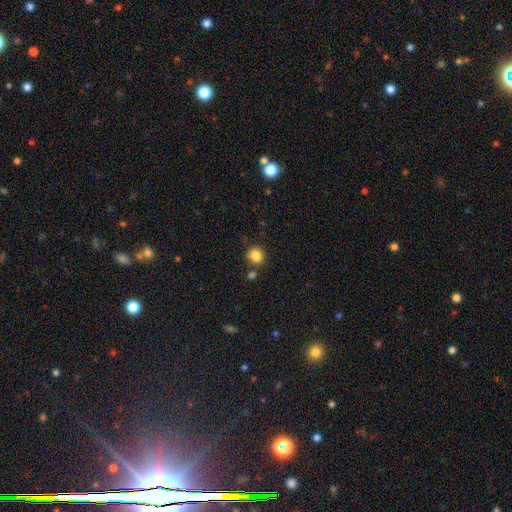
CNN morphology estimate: A smooth galaxy with no disk features (85%) that is round (83%).

Vote fractions:
- Smooth or featured? smooth: 85% / star or artifact: 10% / featured or disk: 5%
- How rounded? round: 83% / in between: 16% / cigar-shaped: 1%
- Merging? none: 78% / minor disturbance: 10% / merger: 9% / major disturbance: 3%